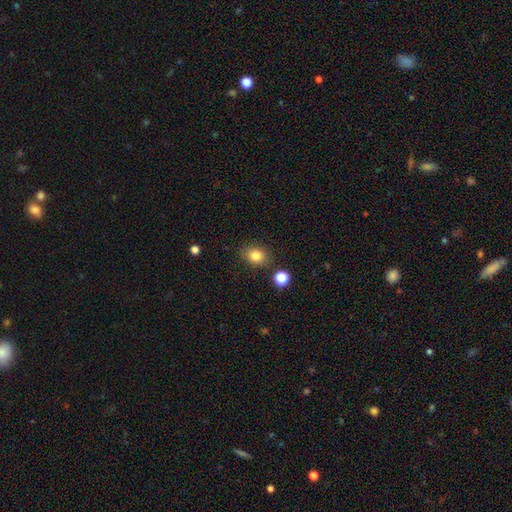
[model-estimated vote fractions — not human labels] Smooth or featured?
  - smooth: 83% *
  - star or artifact: 11%
  - featured or disk: 6%
How rounded?
  - round: 57% *
  - in between: 42%
  - cigar-shaped: 1%
Merging?
  - none: 82% *
  - minor disturbance: 10%
  - merger: 4%
  - major disturbance: 3%